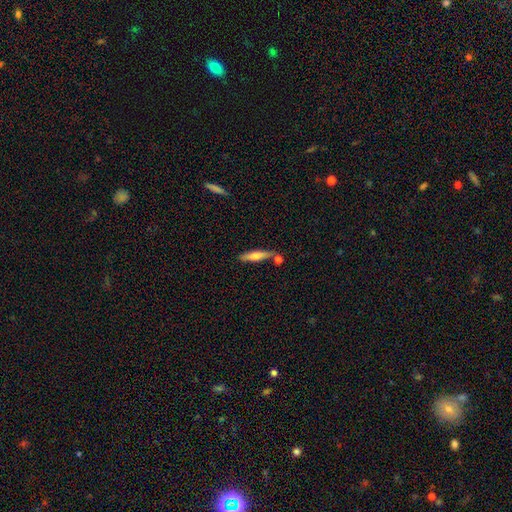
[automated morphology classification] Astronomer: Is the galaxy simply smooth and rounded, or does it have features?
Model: smooth — 64%.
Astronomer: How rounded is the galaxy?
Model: cigar-shaped — 82%.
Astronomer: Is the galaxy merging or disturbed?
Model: none — 71%.